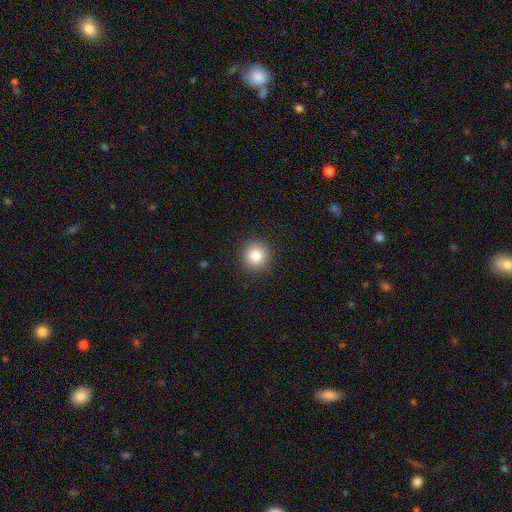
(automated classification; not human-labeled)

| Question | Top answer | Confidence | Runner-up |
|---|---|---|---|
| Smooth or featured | smooth | 84% | star or artifact (10%) |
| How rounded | round | 94% | in between (5%) |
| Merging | none | 91% | minor disturbance (6%) |